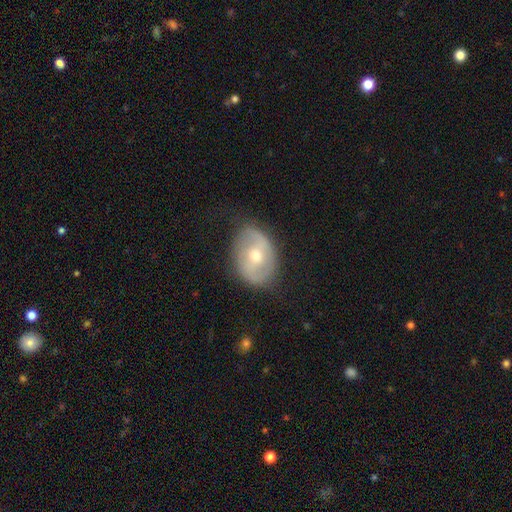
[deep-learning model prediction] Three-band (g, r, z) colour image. It shows a featured or disk galaxy (63%) with no bar (43%), spiral arms (63%) and a moderate central bulge (55%). Merging: none (74%).